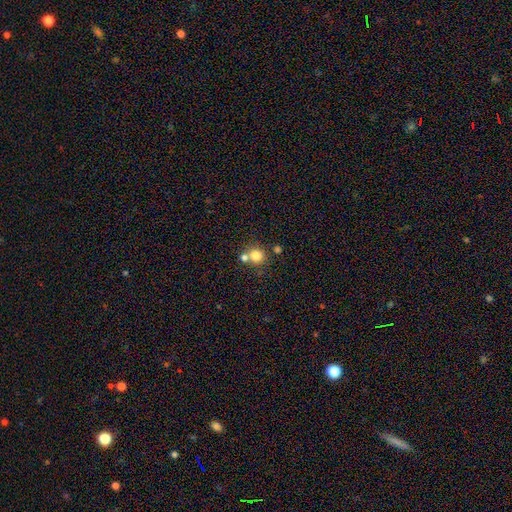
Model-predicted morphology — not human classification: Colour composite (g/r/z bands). It shows a smooth galaxy with no disk features (79%) that is round (88%). Merging: none (59%).